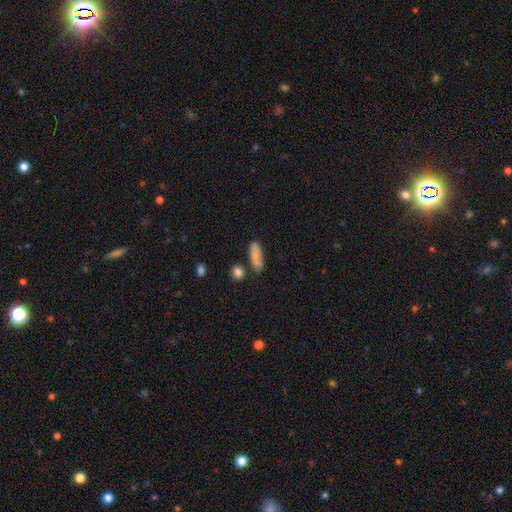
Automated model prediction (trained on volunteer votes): smooth 79%, featured or disk 13%, star or artifact 8%. Down the decision tree: how rounded — in between (67%); merging — none (58%).